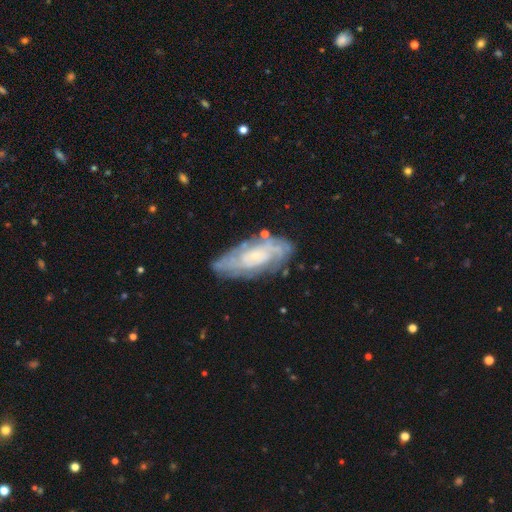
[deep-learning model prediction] Q: Smooth or featured?
A: featured or disk (75%); runner-up: smooth (18%)
Q: Edge-on disk?
A: no (89%); runner-up: yes (11%)
Q: Bar?
A: no (69%); runner-up: weak (25%)
Q: Spiral arms?
A: yes (87%); runner-up: no (13%)
Q: Spiral winding?
A: tight (66%); runner-up: medium (27%)
Q: Spiral arm count?
A: can't tell (53%); runner-up: 2 (22%)
Q: Bulge size?
A: small (67%); runner-up: moderate (20%)
Q: Merging?
A: none (74%); runner-up: minor disturbance (18%)